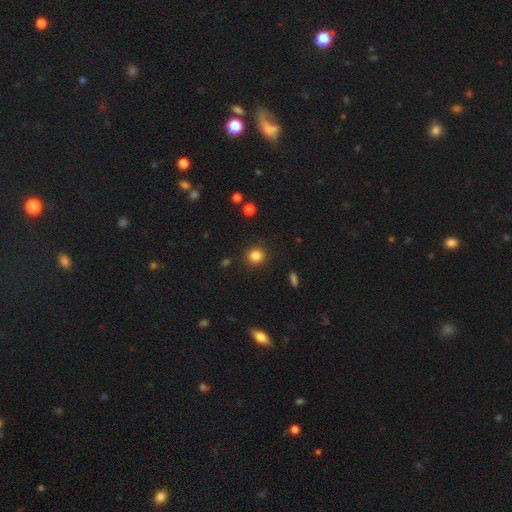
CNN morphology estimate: Overall: smooth (83%). How rounded: round (87%). Merging: none (90%).